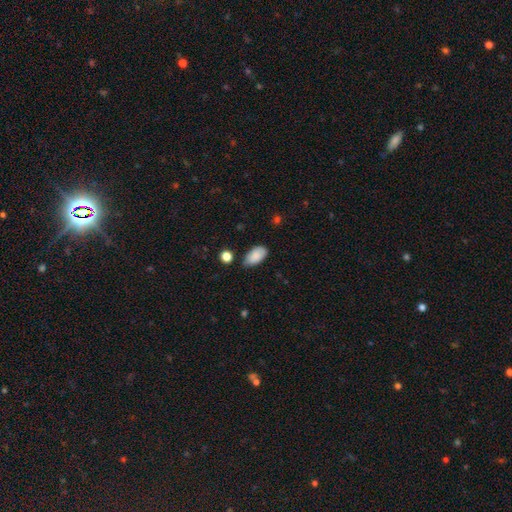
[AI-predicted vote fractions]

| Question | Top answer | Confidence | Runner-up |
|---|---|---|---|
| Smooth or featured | smooth | 87% | star or artifact (7%) |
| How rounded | in between | 94% | round (4%) |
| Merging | none | 66% | minor disturbance (27%) |